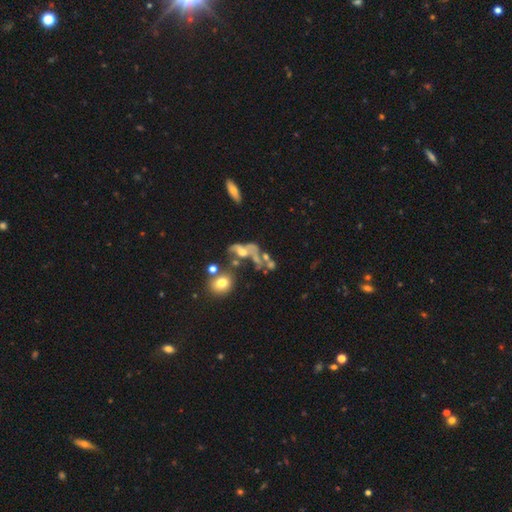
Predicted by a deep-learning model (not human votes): Smooth or featured? featured or disk (47%)
Merging? merger (34%)